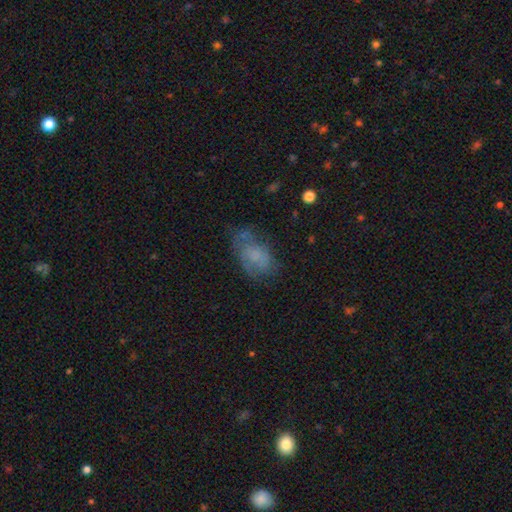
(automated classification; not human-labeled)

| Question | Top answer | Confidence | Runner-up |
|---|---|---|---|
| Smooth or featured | smooth | 52% | featured or disk (36%) |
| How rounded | in between | 89% | round (9%) |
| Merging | none | 49% | minor disturbance (28%) |